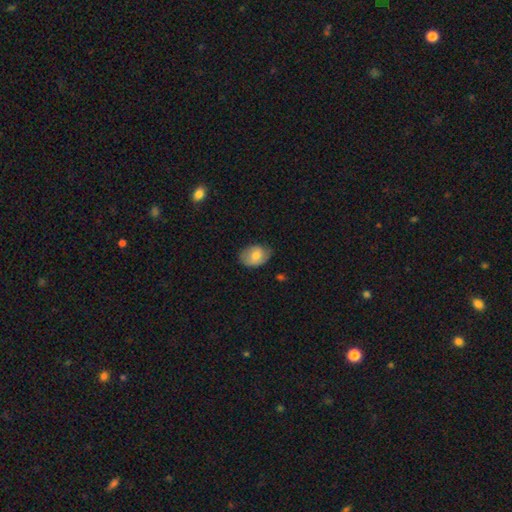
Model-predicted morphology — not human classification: Smooth or featured?
  - smooth: 70% *
  - featured or disk: 23%
  - star or artifact: 7%
How rounded?
  - in between: 74% *
  - round: 25%
  - cigar-shaped: 1%
Merging?
  - none: 67% *
  - minor disturbance: 26%
  - major disturbance: 6%
  - merger: 1%